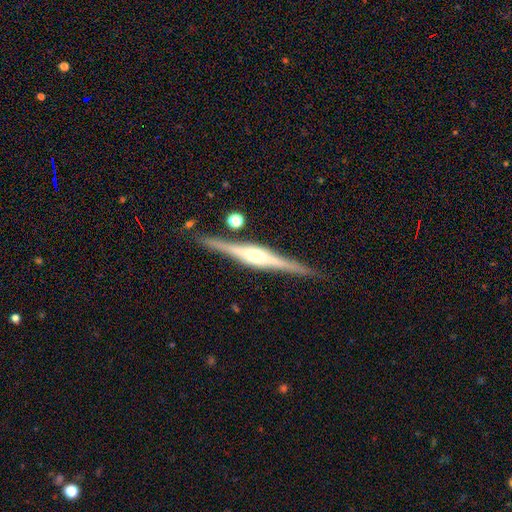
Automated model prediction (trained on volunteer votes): Overall: featured or disk (84%). Edge-on disk: yes (98%). Edge-on bulge: rounded (84%). Merging: none (88%).